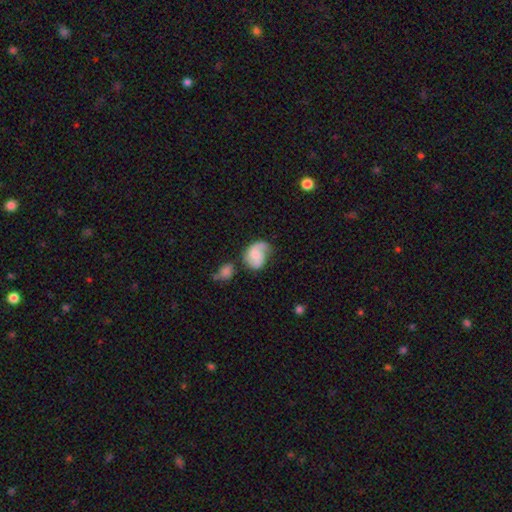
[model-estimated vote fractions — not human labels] smooth_or_featured: featured or disk (p=0.64) [alt: smooth p=0.29]
disk_edge_on: no (p=0.98) [alt: yes p=0.02]
bar: no (p=0.54) [alt: weak p=0.38]
has_spiral_arms: yes (p=0.91) [alt: no p=0.09]
spiral_winding: medium (p=0.44) [alt: loose p=0.35]
spiral_arm_count: 2 (p=0.65) [alt: 1 p=0.25]
bulge_size: small (p=0.33) [alt: moderate p=0.30]
merging: none (p=0.47) [alt: minor disturbance p=0.26]